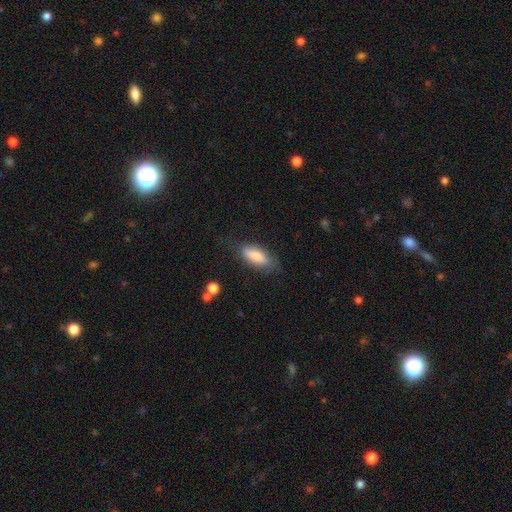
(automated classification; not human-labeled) Smooth or featured? Predicted: smooth (p=0.77). How rounded? Predicted: in between (p=0.73). Merging? Predicted: none (p=0.70).